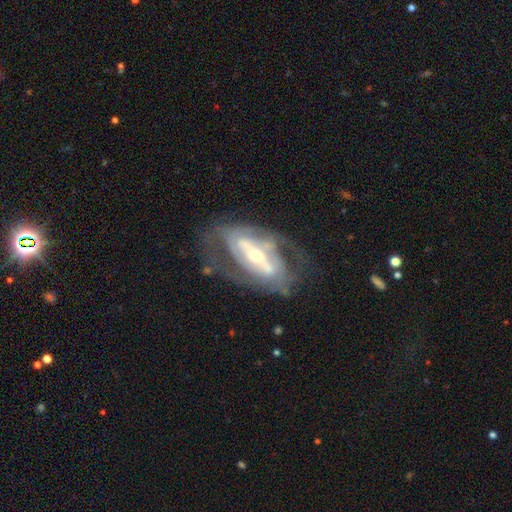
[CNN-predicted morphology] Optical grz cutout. It shows a featured or disk galaxy (83%) with a strong bar (54%), 2 (58%) tight (46%) spiral arms (77%) and a small central bulge (52%). Merging: none (57%).